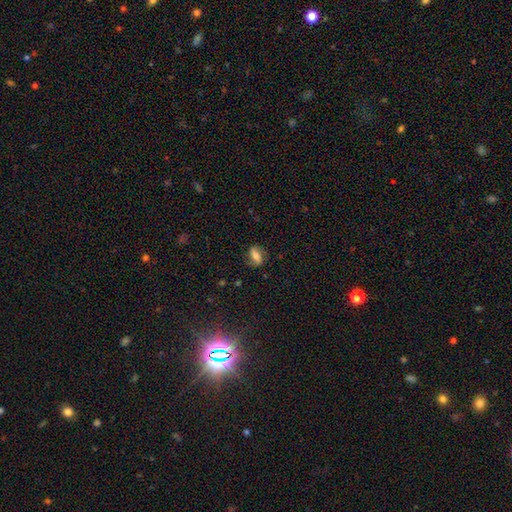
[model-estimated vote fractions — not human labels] A smooth galaxy with no disk features (49%). Merging: none (75%).